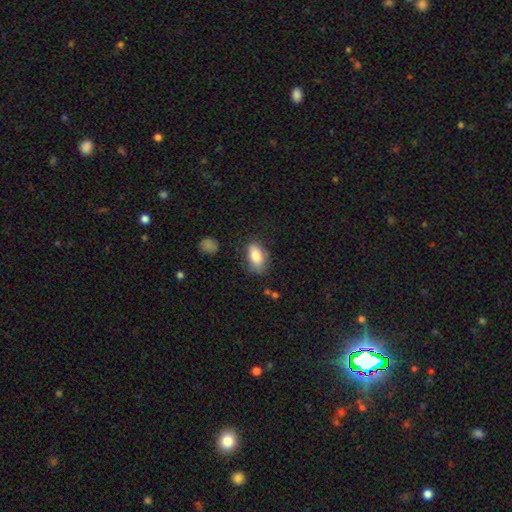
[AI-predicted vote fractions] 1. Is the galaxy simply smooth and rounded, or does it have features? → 83% smooth, 9% featured or disk, 7% star or artifact.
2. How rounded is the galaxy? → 90% in between, 5% round, 4% cigar-shaped.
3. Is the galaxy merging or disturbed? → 69% none, 22% minor disturbance, 6% major disturbance, 2% merger.